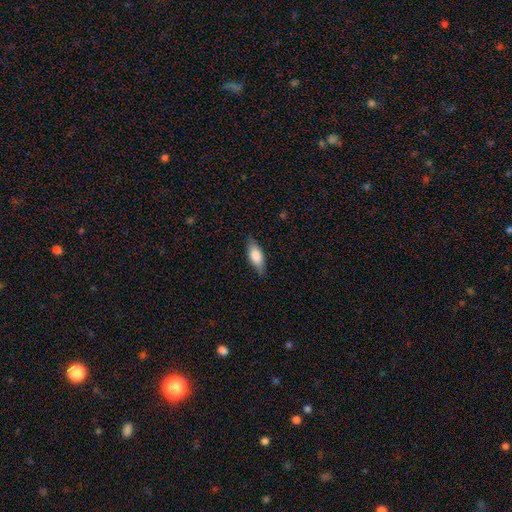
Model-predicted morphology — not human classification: The model was most divided on "smooth or featured": smooth: 71%, featured or disk: 22%, star or artifact: 6%. More confident: merging — none (80%); how rounded — in between (78%).